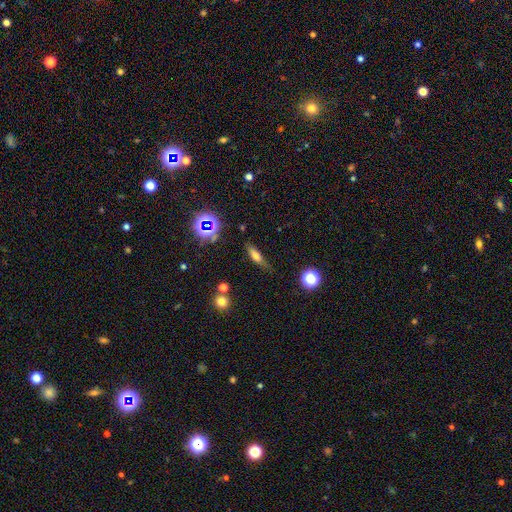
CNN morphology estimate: A smooth galaxy with no disk features (55%) that is cigar-shaped (55%). Merging: none (70%).